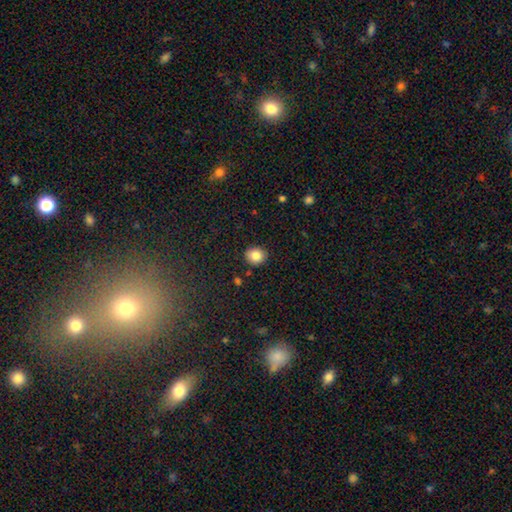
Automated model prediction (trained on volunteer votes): smooth 83%, star or artifact 10%, featured or disk 7%. Down the decision tree: how rounded — round (76%); merging — none (89%).